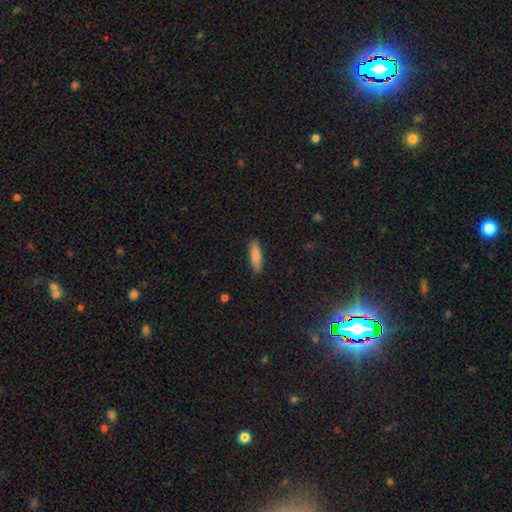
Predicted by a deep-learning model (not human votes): A smooth galaxy with no disk features (85%) that is cigar-shaped (58%).

Vote fractions:
- Smooth or featured? smooth: 85% / featured or disk: 9% / star or artifact: 6%
- How rounded? cigar-shaped: 58% / in between: 40% / round: 2%
- Merging? none: 89% / minor disturbance: 8% / major disturbance: 2% / merger: 1%